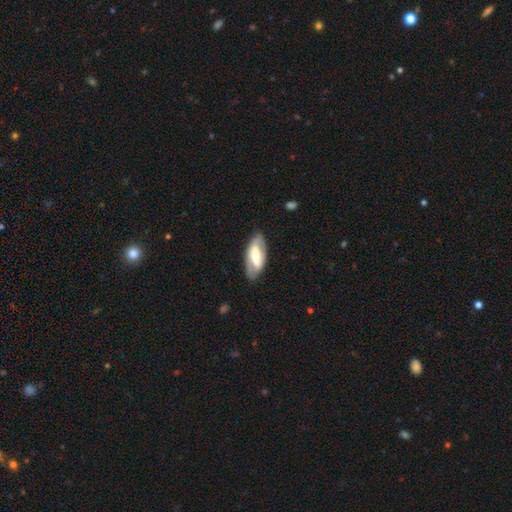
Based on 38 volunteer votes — Morphology: type=featured or disk (66%); edge-on=no (84%); bar=strong (67%); spiral arms=no (57%); bulge=moderate (67%); merging=none (68%).